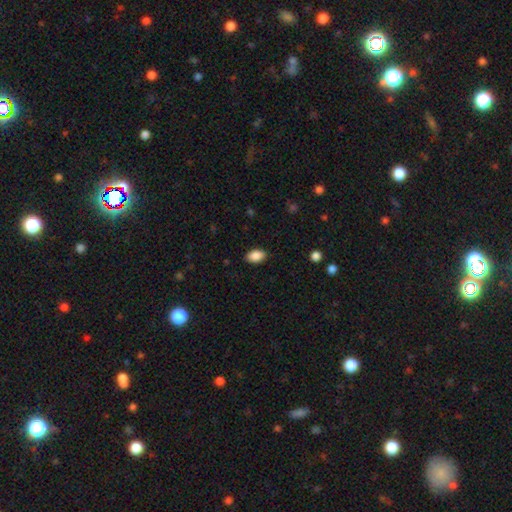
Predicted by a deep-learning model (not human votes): Smooth or featured: smooth — 89% (star or artifact — 8%)
How rounded: in between — 89% (round — 10%)
Merging: none — 87% (minor disturbance — 9%)